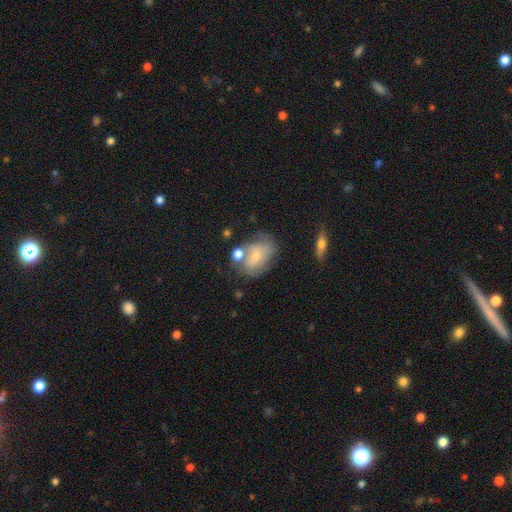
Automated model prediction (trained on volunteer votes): The model was most divided on "smooth or featured": smooth: 50%, featured or disk: 41%, star or artifact: 9%. Remaining: how rounded — in between (71%); merging — none (43%).